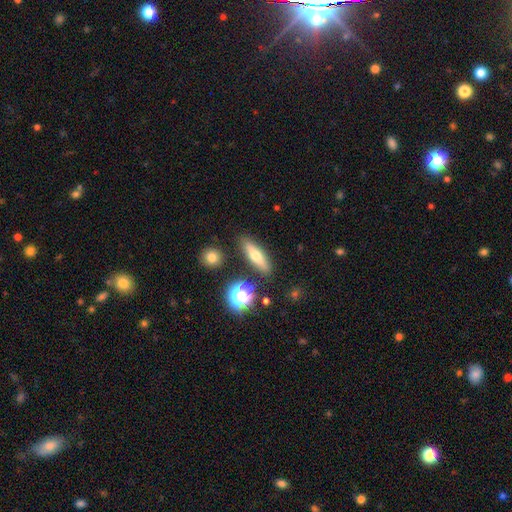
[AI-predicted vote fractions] Overall: smooth (56%; featured or disk 33%). How rounded: cigar-shaped (59%; in between 35%). Merging: none (84%).